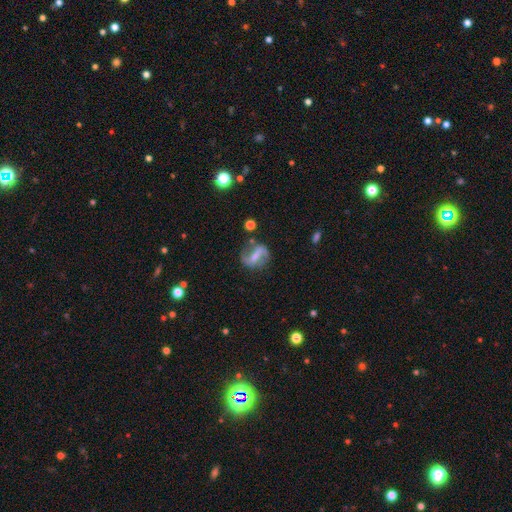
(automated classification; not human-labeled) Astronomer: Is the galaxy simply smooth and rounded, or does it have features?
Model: featured or disk — 74%.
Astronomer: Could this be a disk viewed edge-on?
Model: no — 95%.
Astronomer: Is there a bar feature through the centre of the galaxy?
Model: strong — 52% (runner-up: weak, 33%).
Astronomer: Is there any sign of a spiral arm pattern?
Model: yes — 84%.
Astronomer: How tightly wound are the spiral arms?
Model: loose — 57%.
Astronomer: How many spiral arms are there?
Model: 2 — 86%.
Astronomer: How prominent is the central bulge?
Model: small — 40% (runner-up: none, 29%).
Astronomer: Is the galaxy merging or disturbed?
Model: none — 65%.